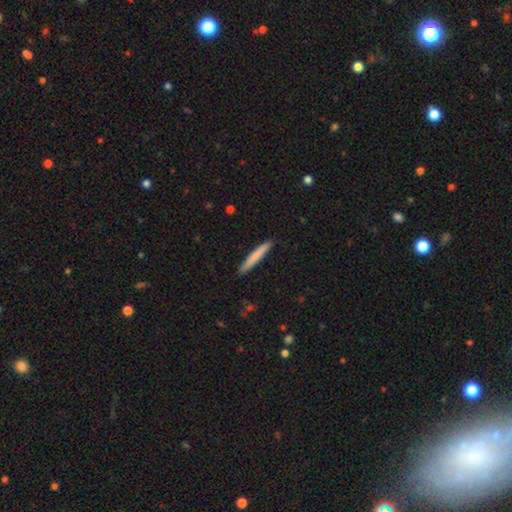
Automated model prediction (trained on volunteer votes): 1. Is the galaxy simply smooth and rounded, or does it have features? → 77% smooth, 17% featured or disk, 6% star or artifact.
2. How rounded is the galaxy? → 96% cigar-shaped, 3% in between, 1% round.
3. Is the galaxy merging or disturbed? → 91% none, 6% minor disturbance, 1% major disturbance, 1% merger.